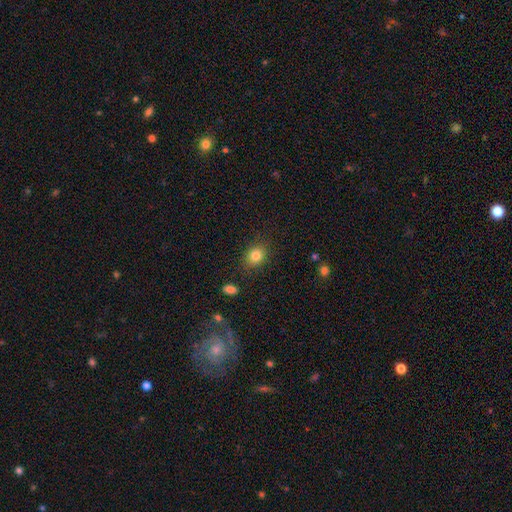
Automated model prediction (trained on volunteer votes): smooth 83%, star or artifact 10%, featured or disk 7%. Down the decision tree: how rounded — round (51%); merging — none (86%).